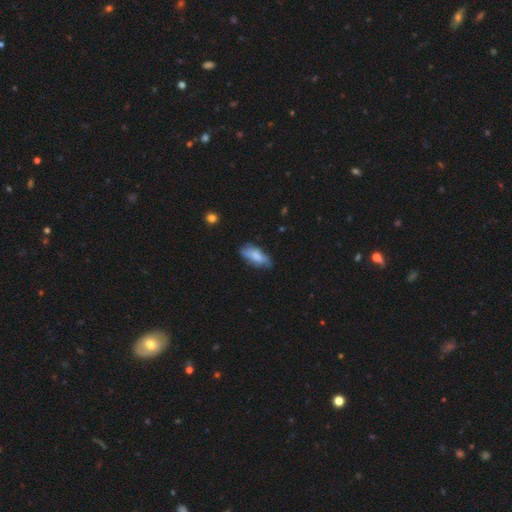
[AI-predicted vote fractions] Smooth or featured: smooth — 69% (featured or disk — 24%)
How rounded: in between — 79% (cigar-shaped — 19%)
Merging: none — 62% (minor disturbance — 29%)